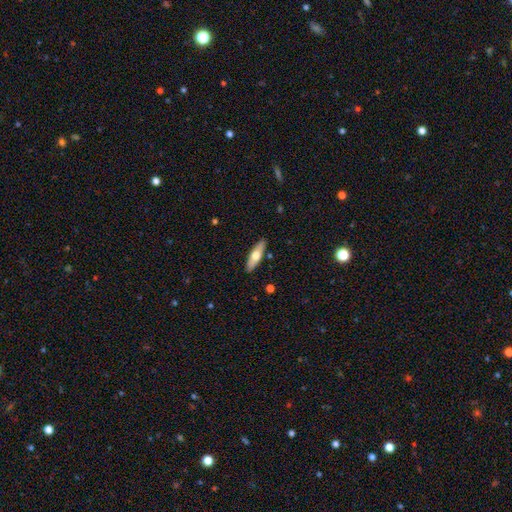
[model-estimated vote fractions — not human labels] Smooth or featured?
  - smooth: 56% *
  - featured or disk: 39%
  - star or artifact: 6%
How rounded?
  - cigar-shaped: 57% *
  - in between: 41%
  - round: 2%
Merging?
  - none: 89% *
  - minor disturbance: 8%
  - major disturbance: 2%
  - merger: 2%